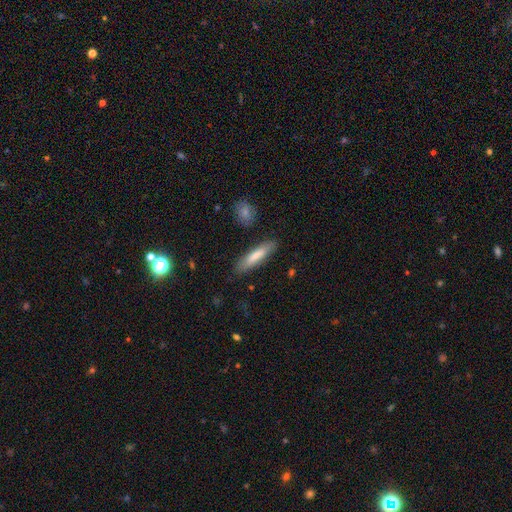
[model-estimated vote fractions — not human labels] This appears to be a smooth galaxy with no disk features (77%) that is cigar-shaped (78%). Merging: none (85%).